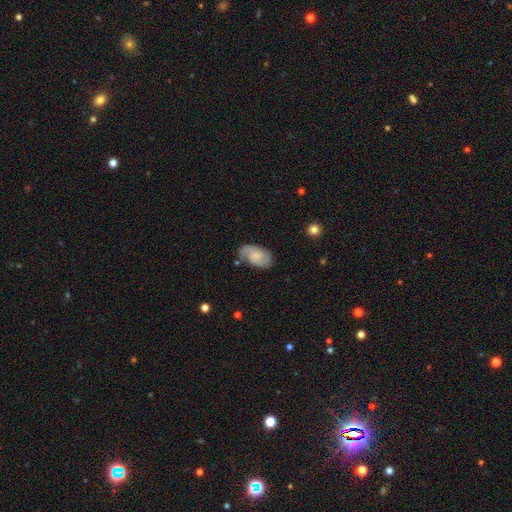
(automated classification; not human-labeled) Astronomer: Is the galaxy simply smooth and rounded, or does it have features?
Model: featured or disk — 65%.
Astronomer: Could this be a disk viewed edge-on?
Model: no — 97%.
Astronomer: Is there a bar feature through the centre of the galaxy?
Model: no — 63%.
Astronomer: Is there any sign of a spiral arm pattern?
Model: yes — 93%.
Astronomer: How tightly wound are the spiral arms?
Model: medium — 44% (runner-up: tight, 41%).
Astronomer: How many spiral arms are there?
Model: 2 — 76%.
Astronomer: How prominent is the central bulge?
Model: small — 36% (runner-up: none, 29%).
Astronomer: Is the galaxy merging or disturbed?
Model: none — 68%.